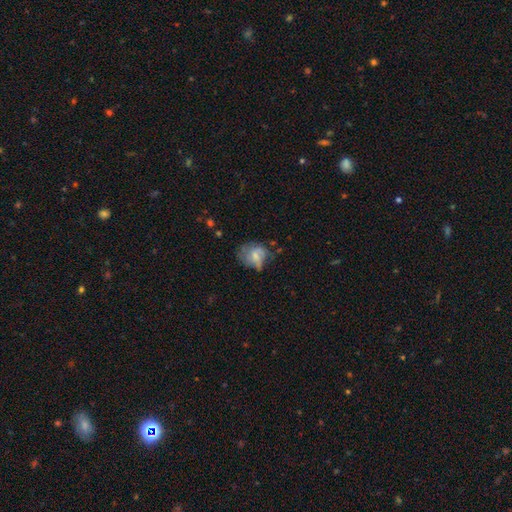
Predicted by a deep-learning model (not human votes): A smooth galaxy with no disk features (51%) that is round (50%).

Vote fractions:
- Smooth or featured? smooth: 51% / featured or disk: 39% / star or artifact: 9%
- How rounded? round: 50% / in between: 49% / cigar-shaped: 1%
- Merging? none: 39% / minor disturbance: 31% / major disturbance: 26% / merger: 3%